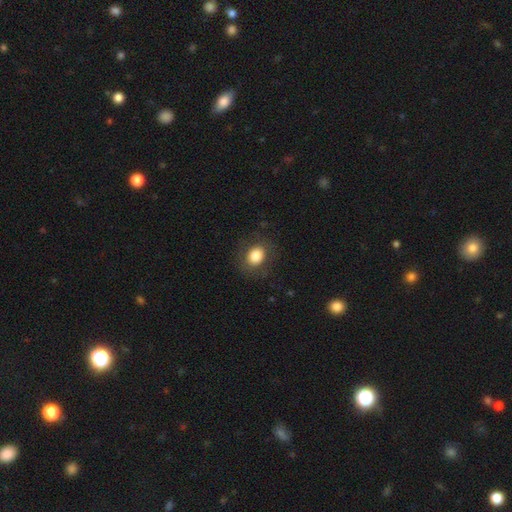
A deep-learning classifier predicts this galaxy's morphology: Smooth or featured? Predicted: smooth (p=0.81). How rounded? Predicted: round (p=0.60). Merging? Predicted: none (p=0.84).